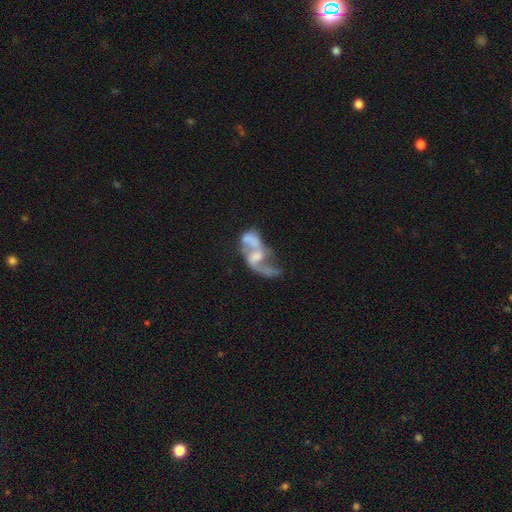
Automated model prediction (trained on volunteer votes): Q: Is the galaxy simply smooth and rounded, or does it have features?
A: featured or disk — 76%.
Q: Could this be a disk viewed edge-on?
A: no — 96%.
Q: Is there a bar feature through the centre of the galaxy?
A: no — 52%.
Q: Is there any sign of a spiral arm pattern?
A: yes — 72%.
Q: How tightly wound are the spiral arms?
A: loose — 73%.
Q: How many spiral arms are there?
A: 2 — 73%.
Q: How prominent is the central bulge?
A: moderate — 32%.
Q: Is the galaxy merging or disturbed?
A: merger — 44%.